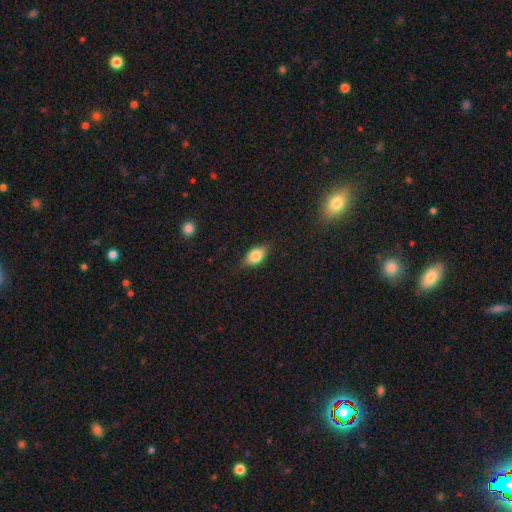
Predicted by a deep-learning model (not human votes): The model was most divided on "smooth or featured": smooth: 71%, featured or disk: 20%, star or artifact: 9%. More confident: how rounded — in between (81%); merging — none (77%).